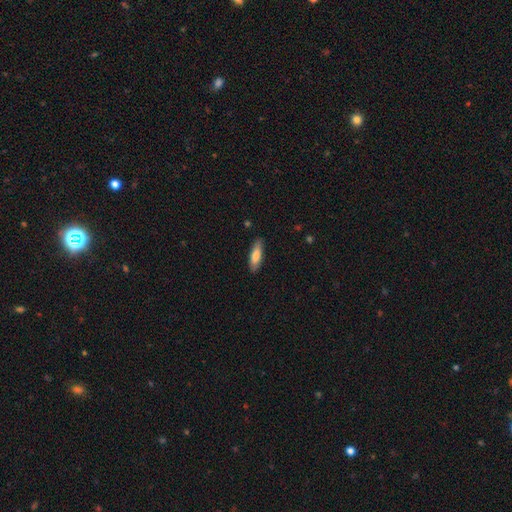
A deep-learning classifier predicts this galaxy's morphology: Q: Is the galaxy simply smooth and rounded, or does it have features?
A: smooth — 77%.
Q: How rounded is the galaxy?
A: cigar-shaped — 53%.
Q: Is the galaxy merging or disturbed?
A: none — 86%.